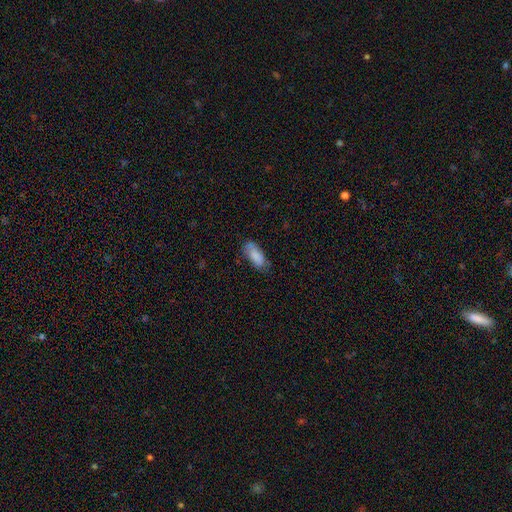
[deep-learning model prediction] Overall: smooth (82%). How rounded: in between (82%). Merging: none (67%).